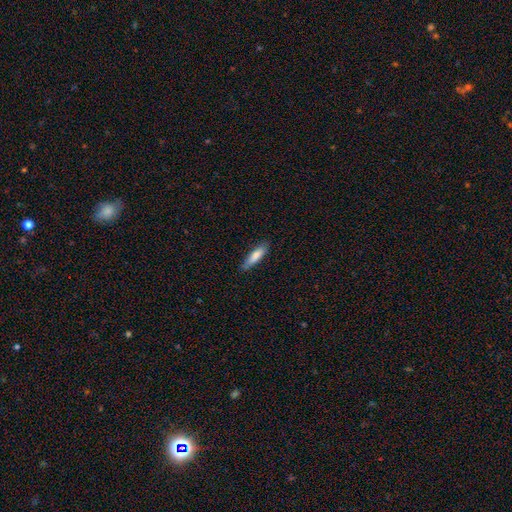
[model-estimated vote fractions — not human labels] Smooth or featured? smooth (79%)
How rounded? cigar-shaped (70%)
Merging? none (81%)